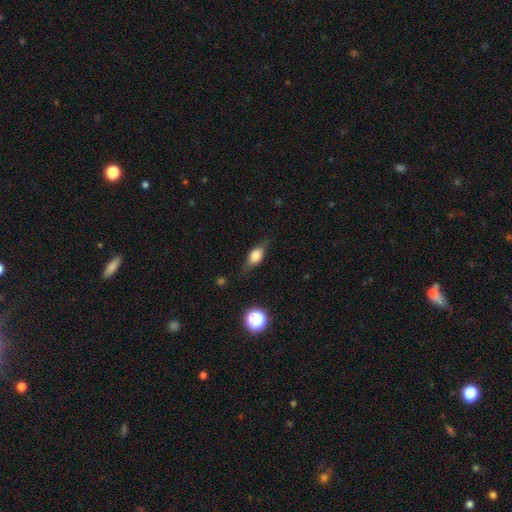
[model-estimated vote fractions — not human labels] Smooth or featured: smooth — 63% (featured or disk — 28%)
How rounded: in between — 72% (cigar-shaped — 16%)
Merging: none — 70% (minor disturbance — 21%)